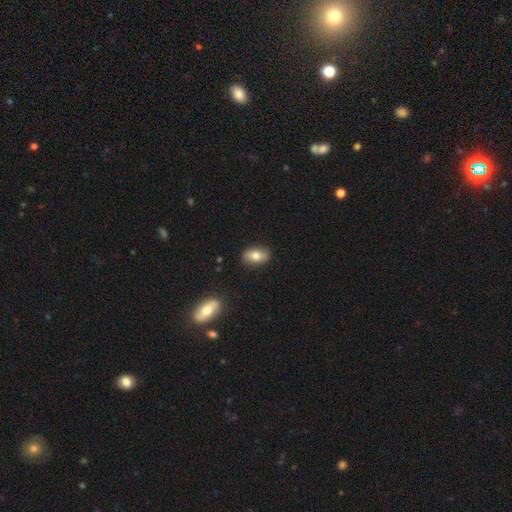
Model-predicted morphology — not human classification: A smooth galaxy with no disk features (73%) that is in between round and cigar-shaped (86%).

Vote fractions:
- Smooth or featured? smooth: 73% / featured or disk: 19% / star or artifact: 8%
- How rounded? in between: 86% / round: 12% / cigar-shaped: 3%
- Merging? none: 85% / minor disturbance: 11% / major disturbance: 2% / merger: 1%